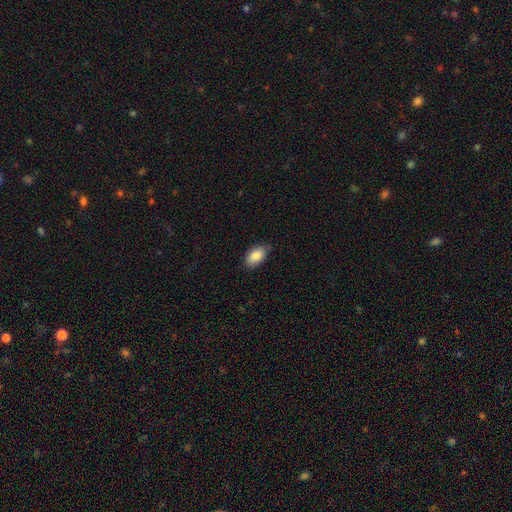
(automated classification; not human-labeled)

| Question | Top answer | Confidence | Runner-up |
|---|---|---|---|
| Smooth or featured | smooth | 86% | featured or disk (7%) |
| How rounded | in between | 93% | round (6%) |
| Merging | none | 81% | minor disturbance (16%) |